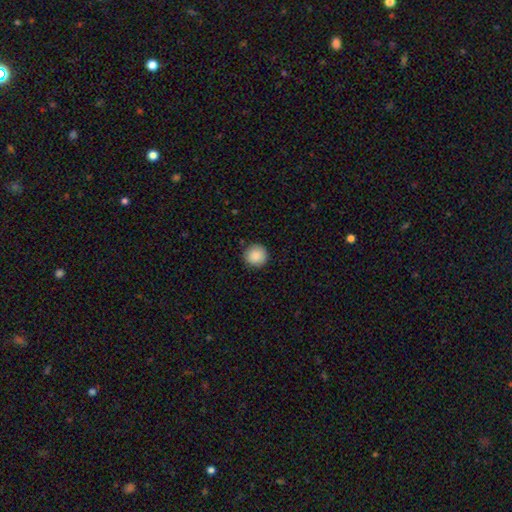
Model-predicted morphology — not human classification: smooth 88%, star or artifact 8%, featured or disk 4%. Down the decision tree: how rounded — round (95%); merging — none (91%).